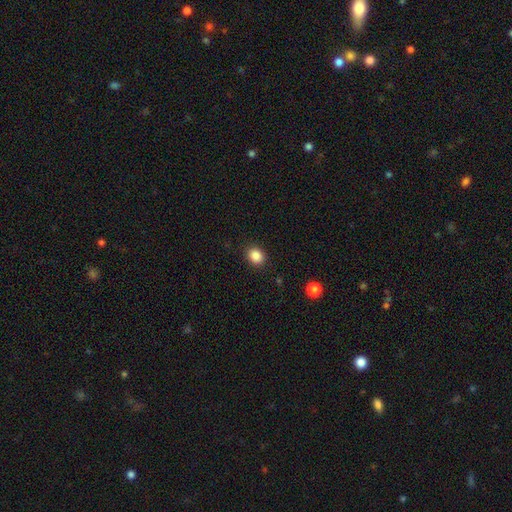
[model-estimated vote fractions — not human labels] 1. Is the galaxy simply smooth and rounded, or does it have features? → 87% smooth, 10% star or artifact, 3% featured or disk.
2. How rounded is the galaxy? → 58% round, 41% in between, 1% cigar-shaped.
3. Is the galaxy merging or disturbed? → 89% none, 7% minor disturbance, 2% major disturbance, 1% merger.